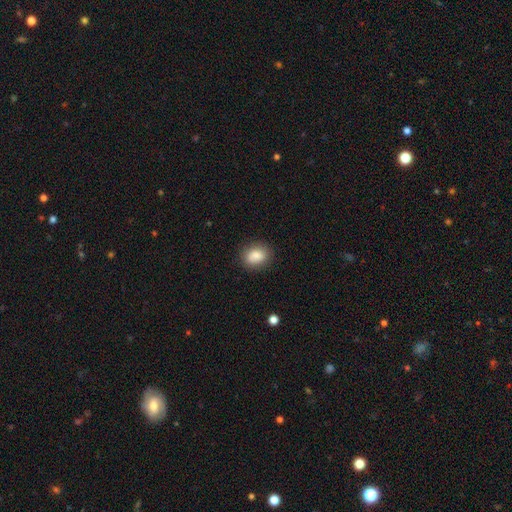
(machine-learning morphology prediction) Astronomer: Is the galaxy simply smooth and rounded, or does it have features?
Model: smooth — 82%.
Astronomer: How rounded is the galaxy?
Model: in between — 55% (runner-up: round, 44%).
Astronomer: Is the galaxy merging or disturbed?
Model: none — 84%.